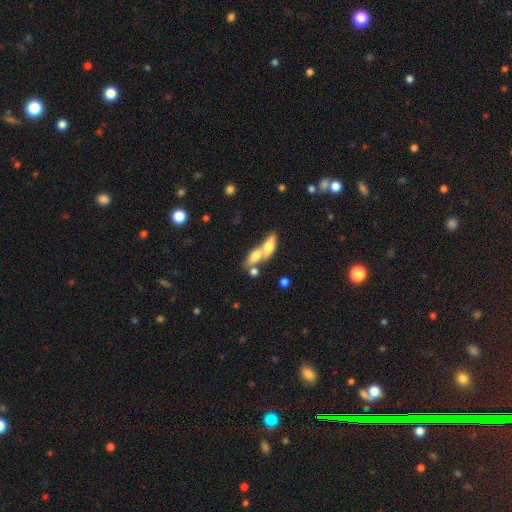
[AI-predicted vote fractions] This appears to be a smooth galaxy with no disk features (66%) that is in between round and cigar-shaped (68%). Merging: merger (67%).